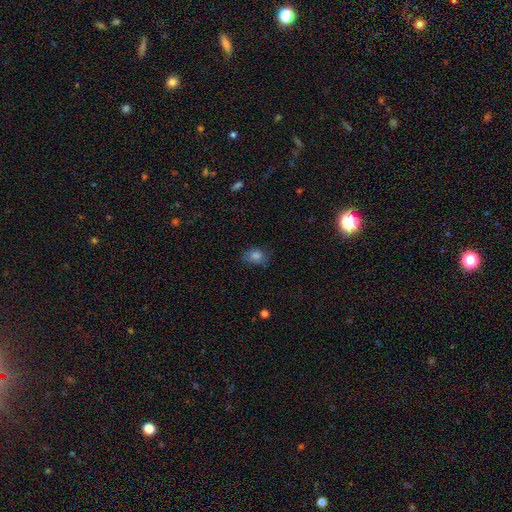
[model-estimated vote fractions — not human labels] Smooth or featured? smooth (75%)
How rounded? in between (66%)
Merging? none (67%)